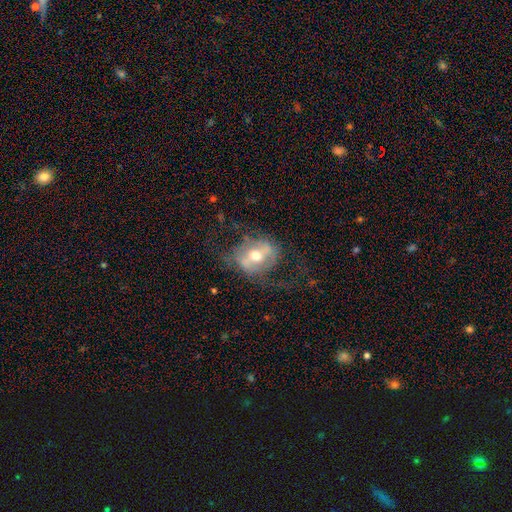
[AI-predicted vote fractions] A featured or disk galaxy (65%) with a strong bar (40%), spiral arms (51%) and a moderate central bulge (73%). Merging: none (56%).